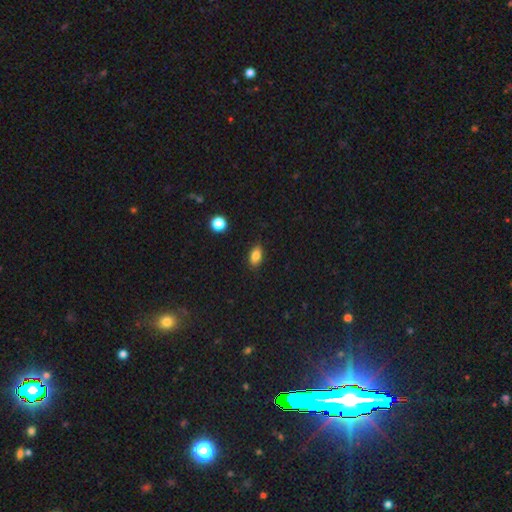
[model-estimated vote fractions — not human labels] Smooth or featured?
  - smooth: 83% *
  - star or artifact: 10%
  - featured or disk: 7%
How rounded?
  - in between: 88% *
  - round: 9%
  - cigar-shaped: 4%
Merging?
  - none: 85% *
  - minor disturbance: 12%
  - major disturbance: 2%
  - merger: 1%